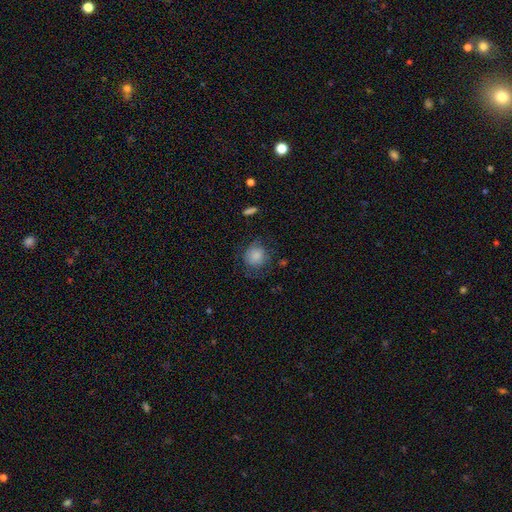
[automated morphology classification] This is clearly a smooth galaxy (80%). How rounded: clearly round (82%). Merging: likely none (63%).